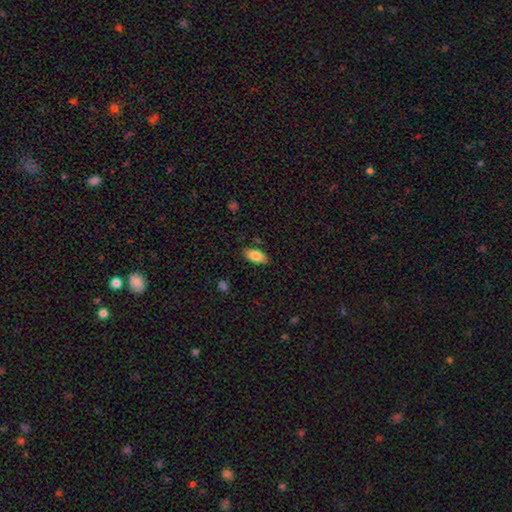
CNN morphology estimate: Overall: smooth (82%). How rounded: in between (90%). Merging: none (83%).